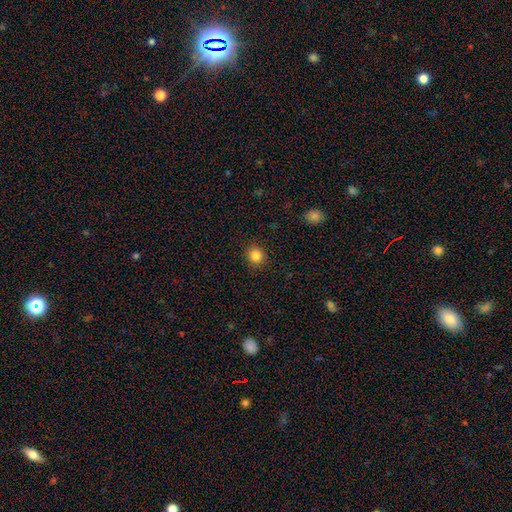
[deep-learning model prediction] This is clearly a smooth galaxy (84%). How rounded: clearly round (87%). Merging: clearly none (91%).